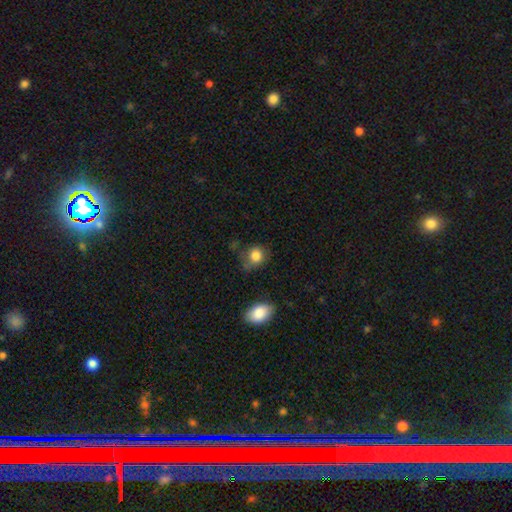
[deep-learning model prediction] Morphology: type=smooth (83%); roundness=round (61%); merging=none (55%).